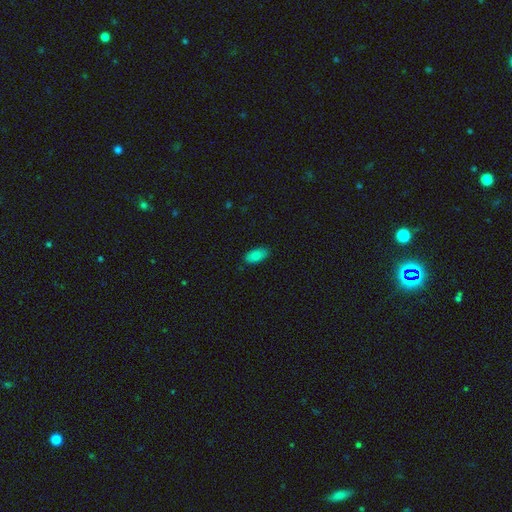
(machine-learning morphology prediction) A smooth galaxy with no disk features (86%) that is in between round and cigar-shaped (92%). Merging: none (85%).